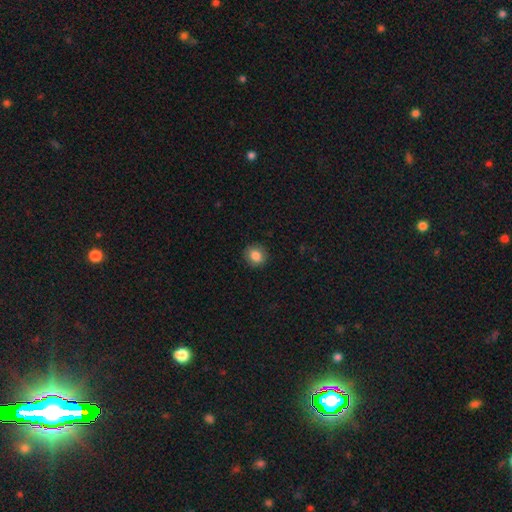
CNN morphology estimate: Smooth or featured: smooth — 84% (star or artifact — 9%)
How rounded: round — 76% (in between — 23%)
Merging: none — 89% (minor disturbance — 8%)